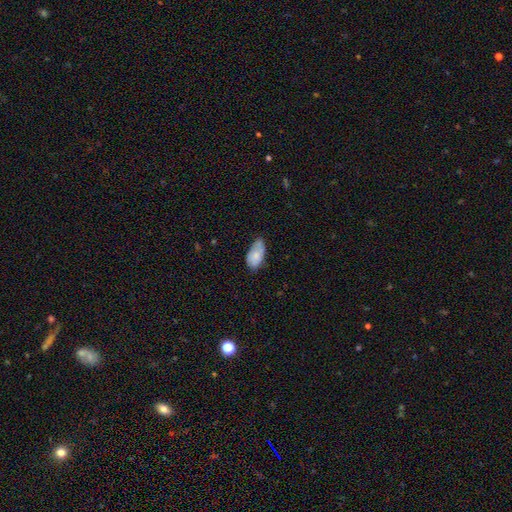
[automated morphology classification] smooth_or_featured: smooth (p=0.75) [alt: featured or disk p=0.19]
how_rounded: in between (p=0.93) [alt: round p=0.04]
merging: none (p=0.46) [alt: minor disturbance p=0.41]